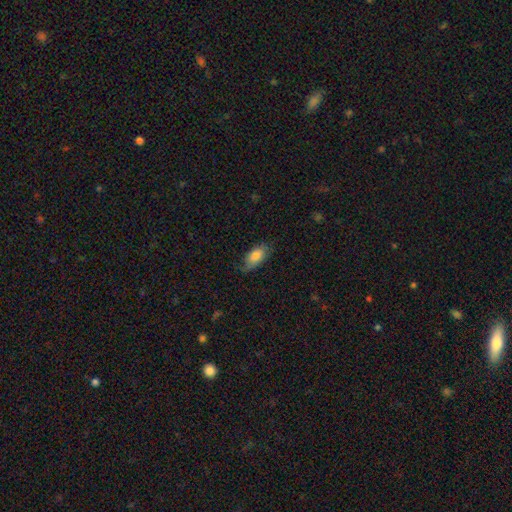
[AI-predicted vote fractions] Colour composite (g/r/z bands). It shows a smooth galaxy with no disk features (77%) that is in between round and cigar-shaped (91%). Merging: none (65%).